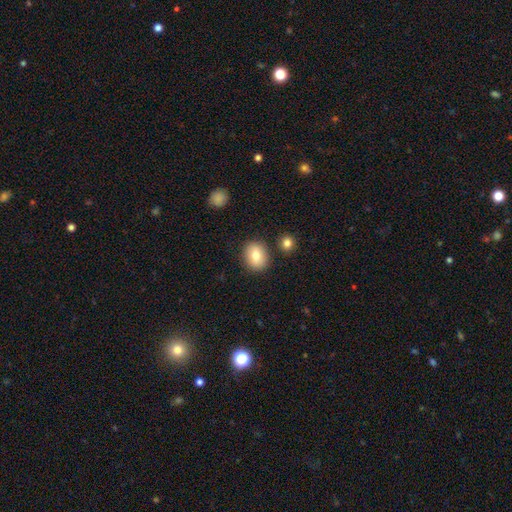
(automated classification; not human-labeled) Q: Smooth or featured?
A: smooth (80%); runner-up: featured or disk (12%)
Q: How rounded?
A: round (60%); runner-up: in between (39%)
Q: Merging?
A: none (84%); runner-up: minor disturbance (9%)